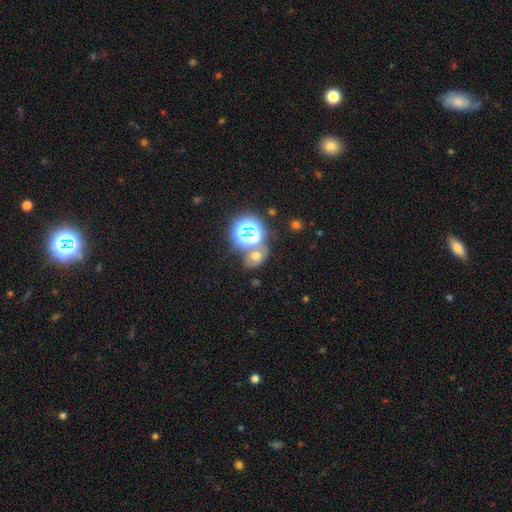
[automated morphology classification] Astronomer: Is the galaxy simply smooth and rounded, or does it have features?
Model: smooth — 51% (runner-up: star or artifact, 35%).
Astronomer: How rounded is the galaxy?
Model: in between — 57% (runner-up: round, 42%).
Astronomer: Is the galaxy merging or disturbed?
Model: none — 59%.